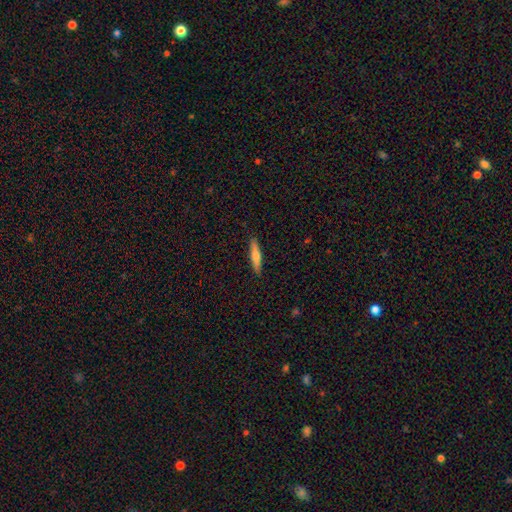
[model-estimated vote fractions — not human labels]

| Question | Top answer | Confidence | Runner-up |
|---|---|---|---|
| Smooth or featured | smooth | 57% | featured or disk (37%) |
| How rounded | cigar-shaped | 88% | in between (10%) |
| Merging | none | 90% | minor disturbance (7%) |